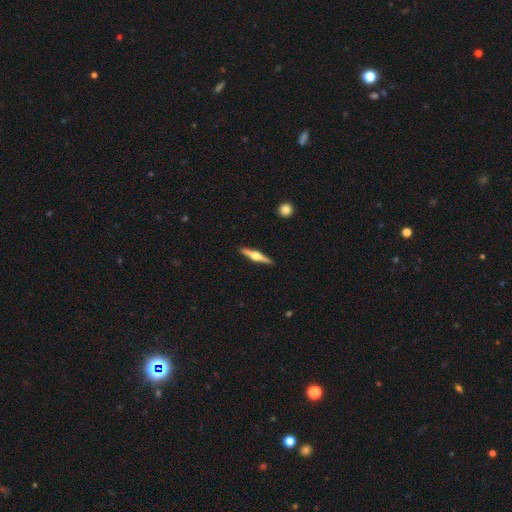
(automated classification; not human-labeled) Smooth or featured: featured or disk — 73% (smooth — 22%)
Edge-on disk: yes — 98% (no — 2%)
Edge-on bulge: rounded — 94% (boxy — 4%)
Merging: none — 91% (minor disturbance — 6%)